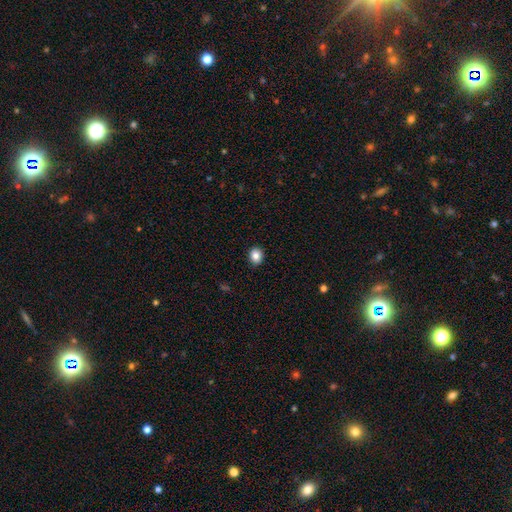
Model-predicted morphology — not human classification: type=smooth (84%); roundness=round (69%); merging=none (90%).